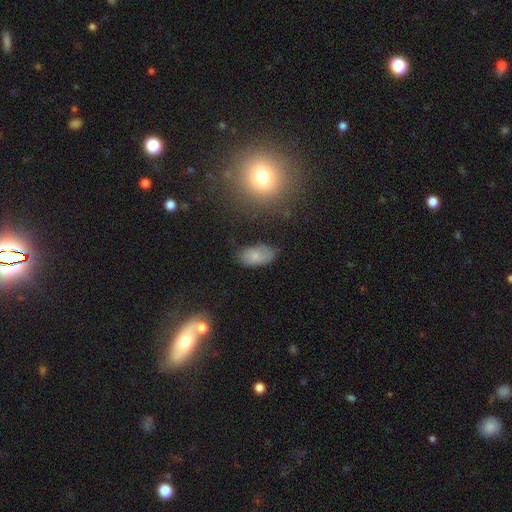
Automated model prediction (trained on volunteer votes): Smooth or featured? Predicted: smooth (p=0.67). How rounded? Predicted: in between (p=0.92). Merging? Predicted: none (p=0.65).